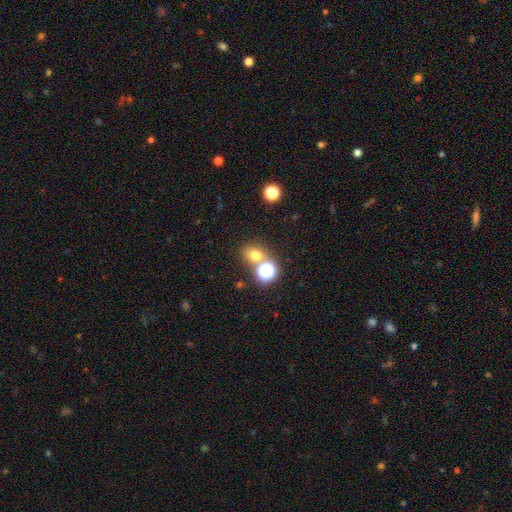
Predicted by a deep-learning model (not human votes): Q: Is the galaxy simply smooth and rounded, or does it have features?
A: smooth — 67%.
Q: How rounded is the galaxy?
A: round — 68%.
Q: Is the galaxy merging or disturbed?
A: none — 63%.